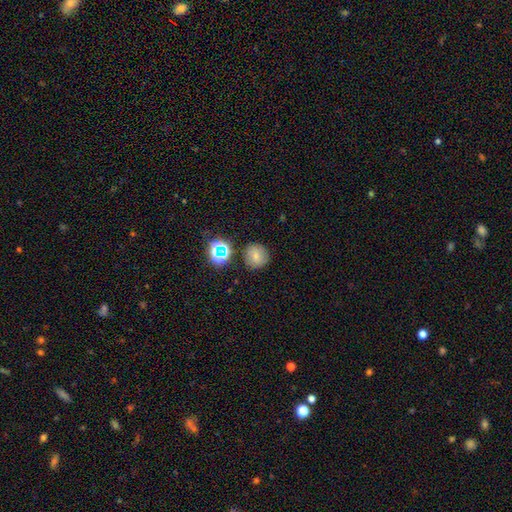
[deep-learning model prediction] This is likely a smooth galaxy (68%). How rounded: clearly round (90%). Merging: clearly none (81%).